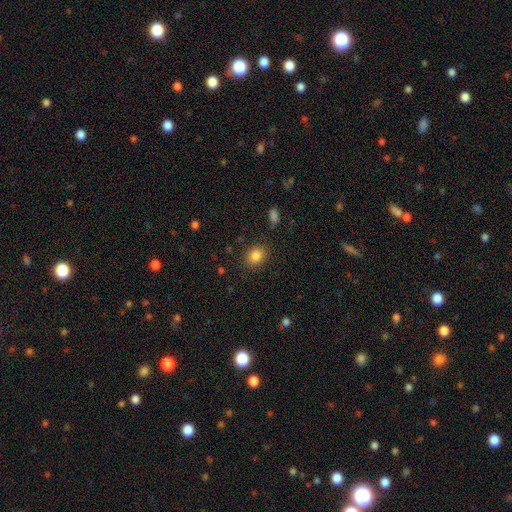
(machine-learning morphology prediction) This appears to be a smooth galaxy with no disk features (85%) that is round (58%). Merging: none (85%).